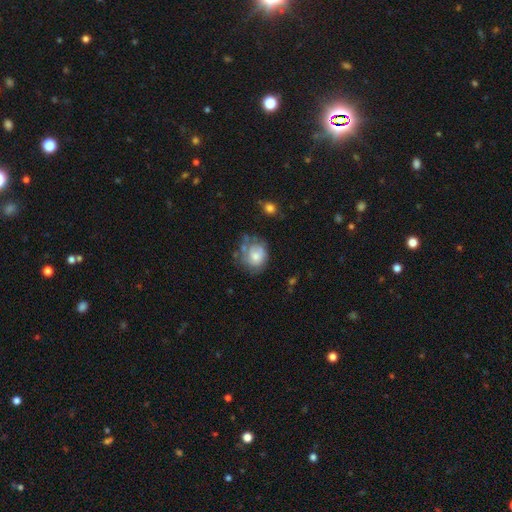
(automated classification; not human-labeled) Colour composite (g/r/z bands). It shows a smooth galaxy with no disk features (52%) that is round (66%). Merging: none (43%).